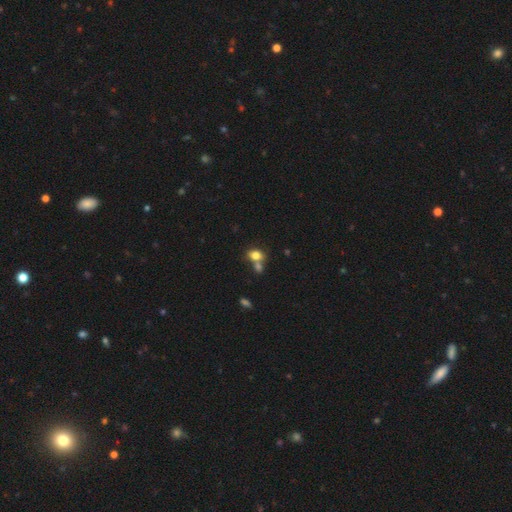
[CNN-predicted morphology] Overall: smooth (79%). How rounded: in between (63%; round 35%). Merging: none (43%; merger 41%).